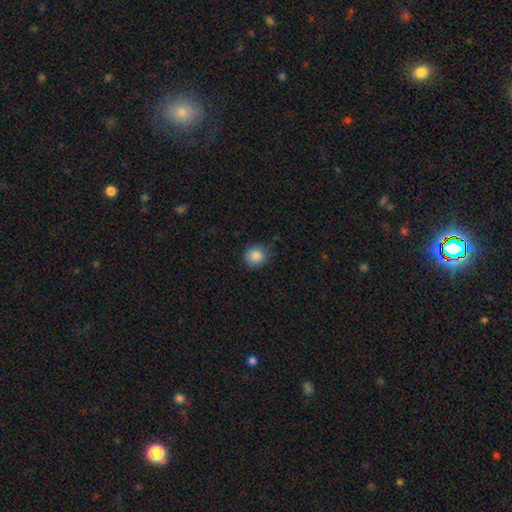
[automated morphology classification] Overall: smooth (86%). How rounded: round (80%). Merging: none (76%).